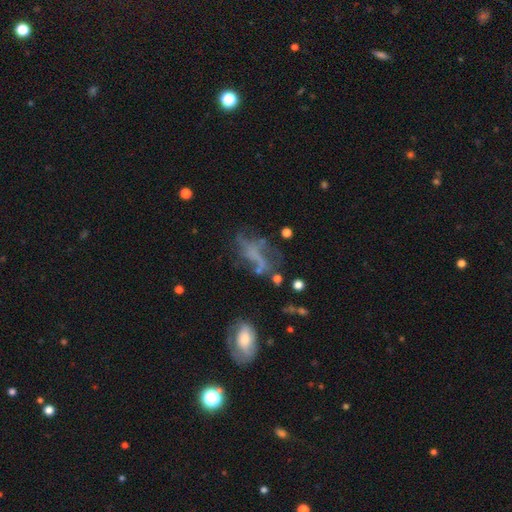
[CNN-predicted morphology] This is possibly a featured or disk galaxy (52%). It is clearly not viewed edge-on (92%). Merging: marginally none (40%).